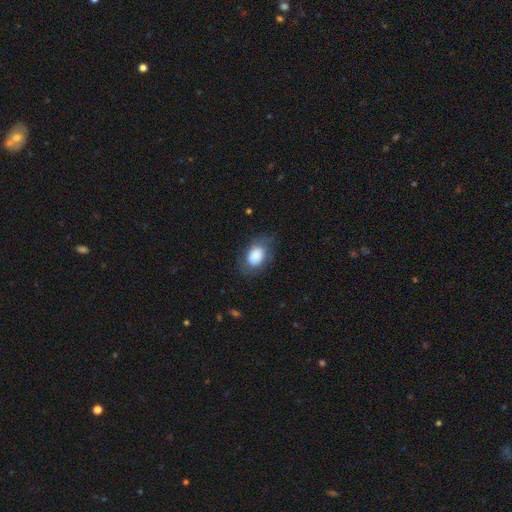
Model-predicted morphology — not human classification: Smooth or featured? Predicted: smooth (p=0.83). How rounded? Predicted: in between (p=0.80). Merging? Predicted: none (p=0.70).